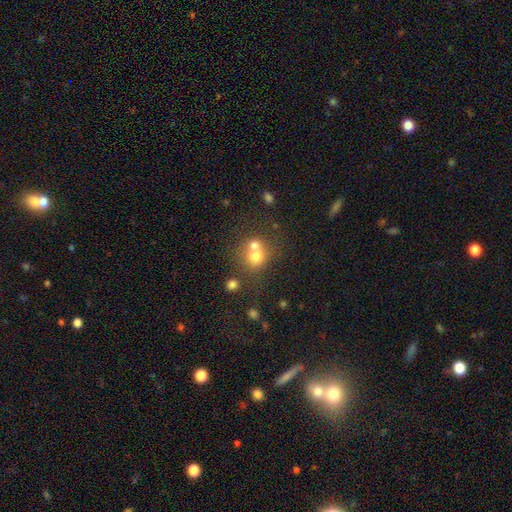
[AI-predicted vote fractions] Smooth or featured: smooth — 69% (featured or disk — 17%)
How rounded: round — 80% (in between — 20%)
Merging: merger — 51% (none — 38%)